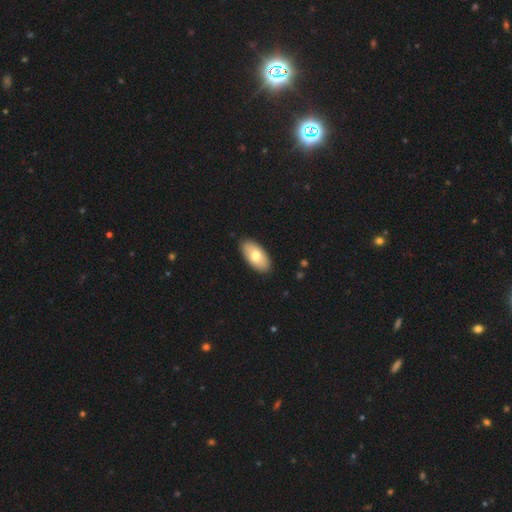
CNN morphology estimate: type=smooth (73%); roundness=in between (94%); merging=none (89%).